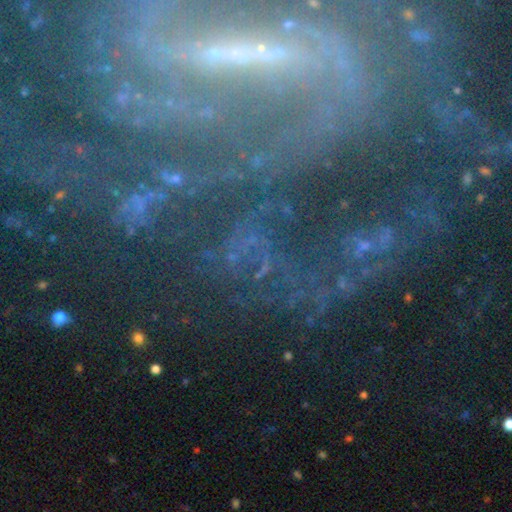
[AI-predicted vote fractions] This appears to be a featured or disk galaxy (67%) with a strong bar (47%), 2 (28%) tight (52%) spiral arms (89%) and a small central bulge (59%). Merging: none (61%).